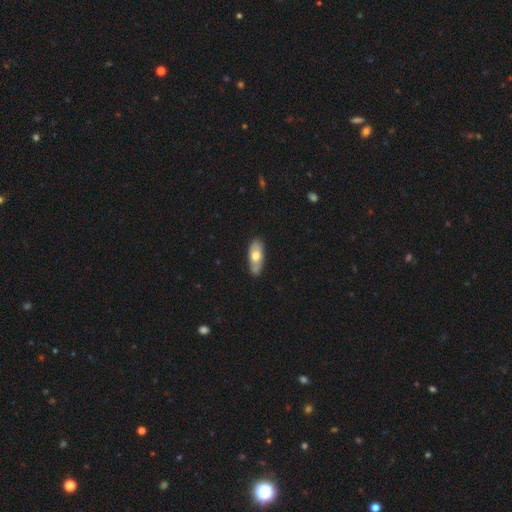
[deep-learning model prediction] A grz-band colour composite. It shows a smooth galaxy with no disk features (59%) that is in between round and cigar-shaped (80%). Merging: none (77%).